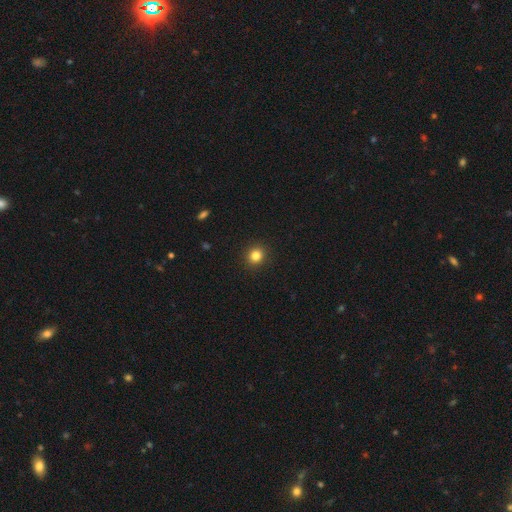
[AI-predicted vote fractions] The model was most divided on "how rounded": round: 85%, in between: 14%, cigar-shaped: 1%. More confident: merging — none (92%); smooth or featured — smooth (84%).